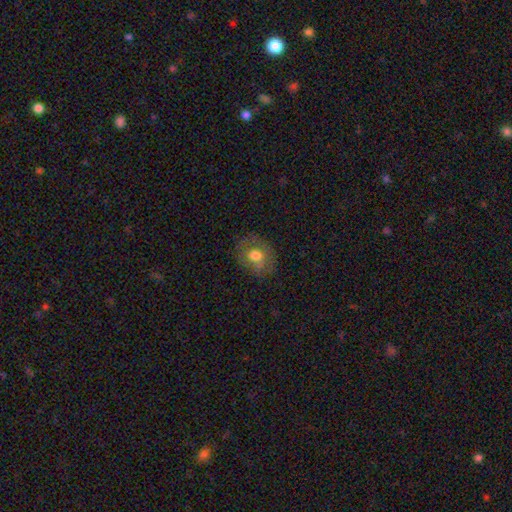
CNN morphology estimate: This is likely a smooth galaxy (63%). How rounded: likely round (60%). Merging: likely none (70%).